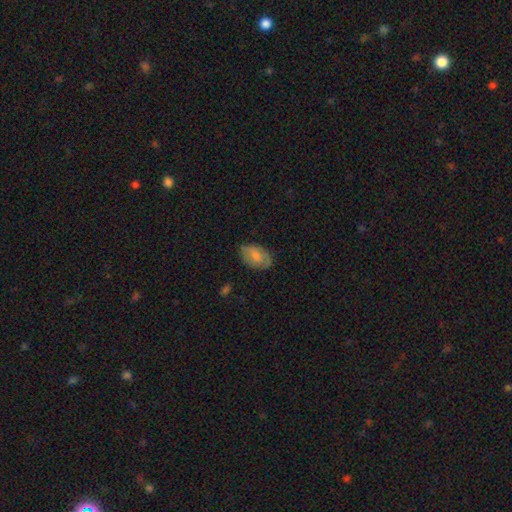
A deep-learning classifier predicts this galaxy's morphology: Smooth or featured: smooth — 68% (featured or disk — 25%)
How rounded: in between — 89% (round — 10%)
Merging: none — 70% (minor disturbance — 23%)